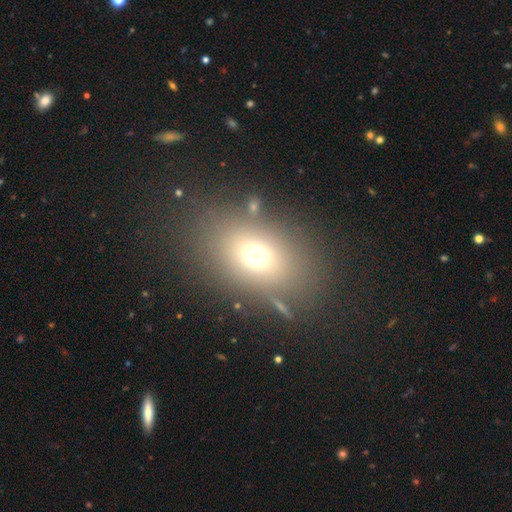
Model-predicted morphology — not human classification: A smooth galaxy with no disk features (68%) that is in between round and cigar-shaped (60%).

Vote fractions:
- Smooth or featured? smooth: 68% / star or artifact: 19% / featured or disk: 13%
- How rounded? in between: 60% / round: 38% / cigar-shaped: 2%
- Merging? none: 75% / minor disturbance: 10% / merger: 8% / major disturbance: 7%